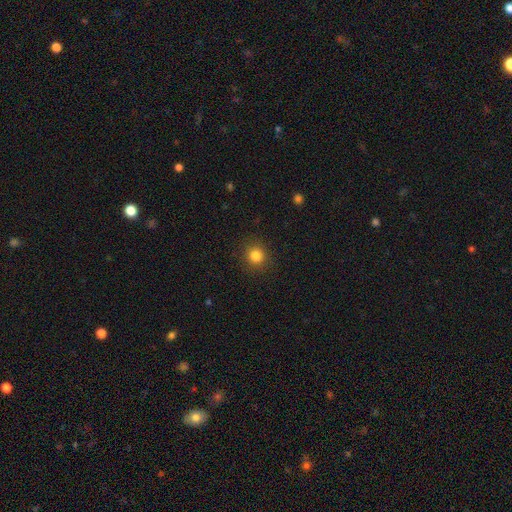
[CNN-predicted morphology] Overall: smooth (83%). How rounded: round (91%). Merging: none (90%).